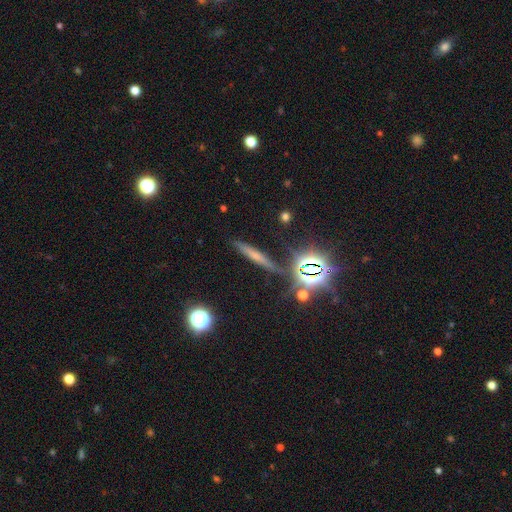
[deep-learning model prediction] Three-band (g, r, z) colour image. It shows a smooth galaxy with no disk features (42%). Merging: none (84%).